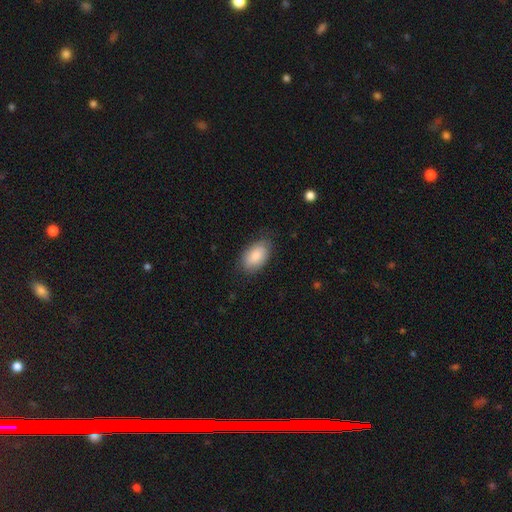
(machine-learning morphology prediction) A smooth galaxy with no disk features (84%) that is in between round and cigar-shaped (94%).

Vote fractions:
- Smooth or featured? smooth: 84% / featured or disk: 10% / star or artifact: 6%
- How rounded? in between: 94% / round: 5% / cigar-shaped: 2%
- Merging? none: 78% / minor disturbance: 17% / major disturbance: 4% / merger: 1%